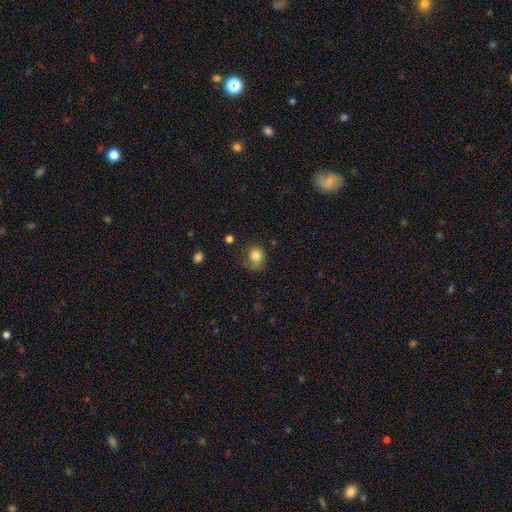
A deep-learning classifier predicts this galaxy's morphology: smooth_or_featured: smooth (p=0.81) [alt: star or artifact p=0.10]
how_rounded: round (p=0.80) [alt: in between p=0.19]
merging: none (p=0.57) [alt: minor disturbance p=0.27]